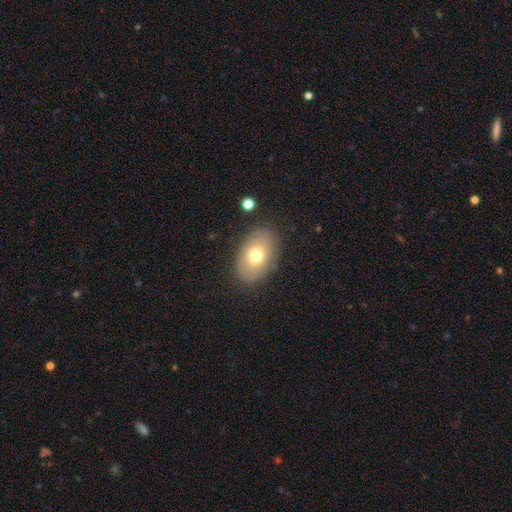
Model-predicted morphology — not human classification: smooth-or-featured: smooth: 68% | featured or disk: 23% | star or artifact: 9%
  how-rounded: in between: 86% | round: 13% | cigar-shaped: 1%
  merging: none: 82% | minor disturbance: 12% | major disturbance: 4% | merger: 2%